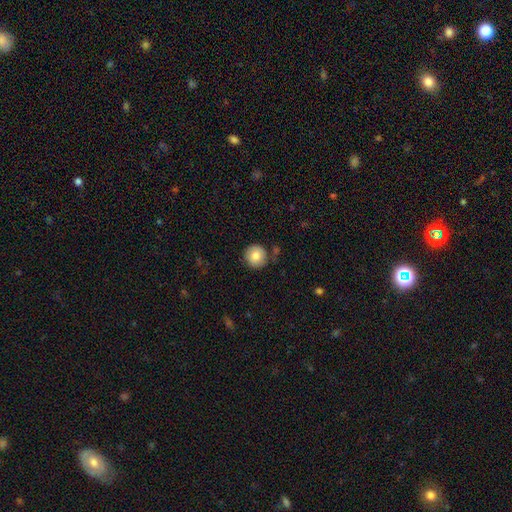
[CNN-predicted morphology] Smooth or featured: smooth — 83% (featured or disk — 9%)
How rounded: round — 95% (in between — 4%)
Merging: none — 83% (minor disturbance — 10%)